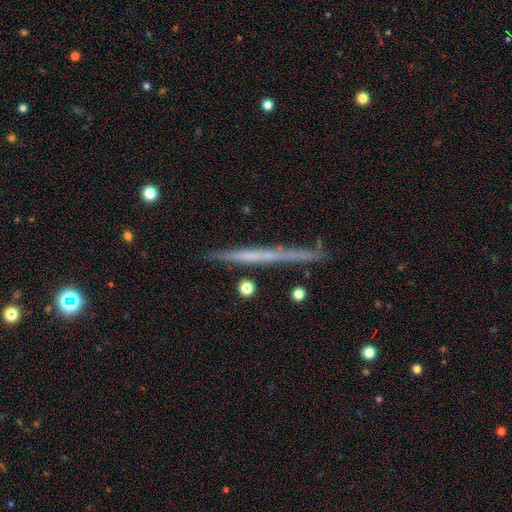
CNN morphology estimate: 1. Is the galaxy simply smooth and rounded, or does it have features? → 56% featured or disk, 38% smooth, 6% star or artifact.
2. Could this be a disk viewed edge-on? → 97% yes, 3% no.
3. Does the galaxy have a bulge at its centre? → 91% none, 6% rounded, 3% boxy.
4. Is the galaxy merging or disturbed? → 85% none, 10% minor disturbance, 2% merger, 2% major disturbance.